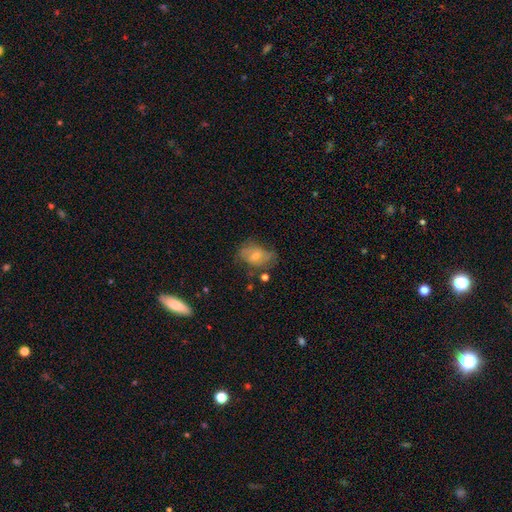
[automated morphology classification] The model was most divided on "bulge size" (2-way tie): small: 47%, moderate: 47%, none: 2%, large: 2%, dominant: 1%. More confident: edge-on disk — no (94%); spiral arms — yes (78%); merging — none (65%); smooth or featured — featured or disk (59%); bar — no (54%).